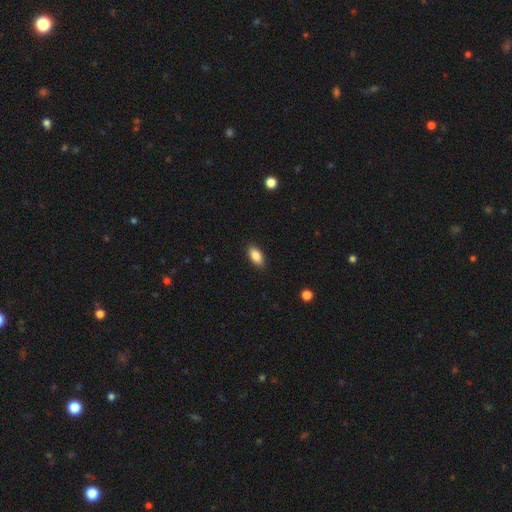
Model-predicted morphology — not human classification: This appears to be a smooth galaxy with no disk features (87%) that is in between round and cigar-shaped (91%). Merging: none (89%).